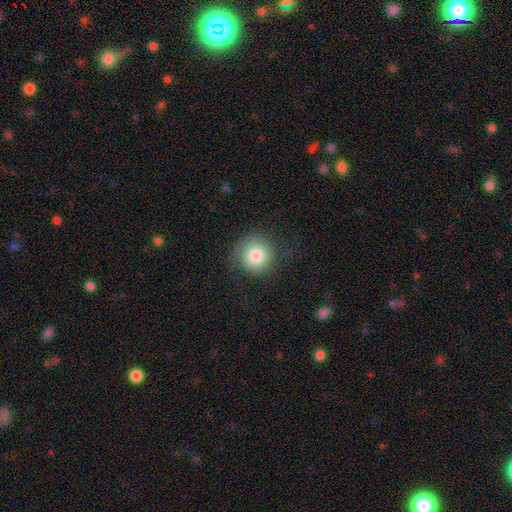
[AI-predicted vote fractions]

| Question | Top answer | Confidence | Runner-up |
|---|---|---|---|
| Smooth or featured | smooth | 75% | featured or disk (17%) |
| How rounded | round | 93% | in between (6%) |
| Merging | none | 72% | minor disturbance (16%) |